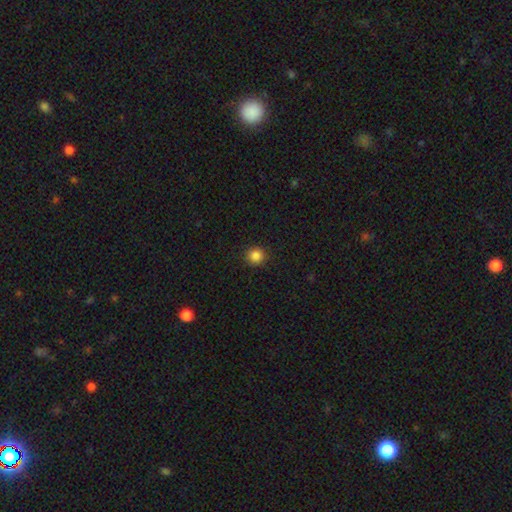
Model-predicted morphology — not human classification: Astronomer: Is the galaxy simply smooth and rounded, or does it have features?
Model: smooth — 86%.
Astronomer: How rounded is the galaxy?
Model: round — 94%.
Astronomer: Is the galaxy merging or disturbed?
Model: none — 91%.